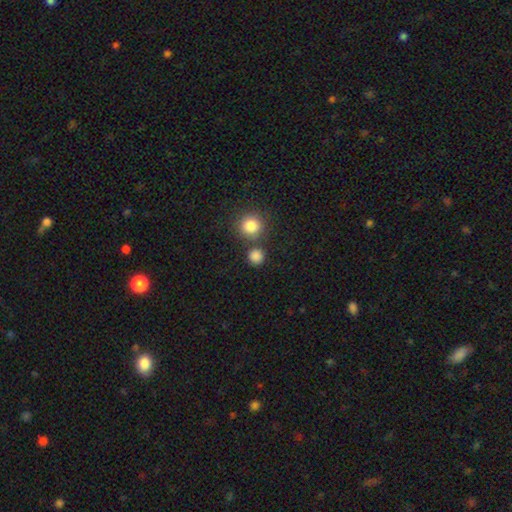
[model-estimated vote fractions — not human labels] Smooth or featured?
  - smooth: 83% *
  - star or artifact: 12%
  - featured or disk: 4%
How rounded?
  - round: 92% *
  - in between: 7%
  - cigar-shaped: 1%
Merging?
  - none: 76% *
  - merger: 13%
  - minor disturbance: 8%
  - major disturbance: 3%